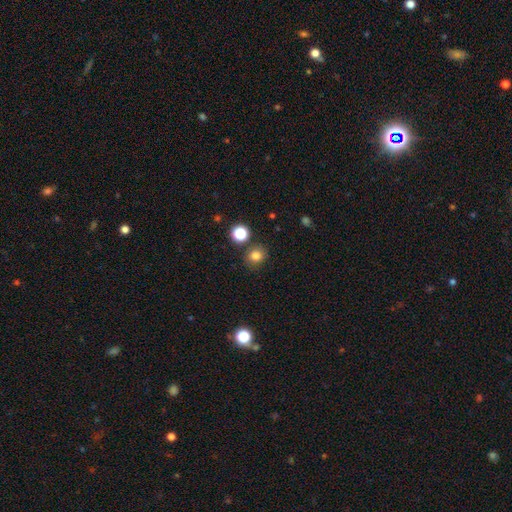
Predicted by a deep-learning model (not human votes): smooth_or_featured: smooth (p=0.79) [alt: star or artifact p=0.15]
how_rounded: round (p=0.77) [alt: in between p=0.22]
merging: none (p=0.81) [alt: minor disturbance p=0.10]